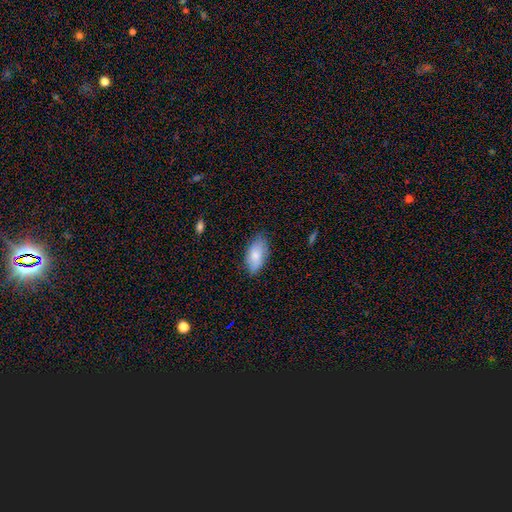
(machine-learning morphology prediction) Smooth or featured?
  - smooth: 78% *
  - featured or disk: 15%
  - star or artifact: 6%
How rounded?
  - in between: 93% *
  - cigar-shaped: 4%
  - round: 3%
Merging?
  - none: 76% *
  - minor disturbance: 19%
  - major disturbance: 4%
  - merger: 1%